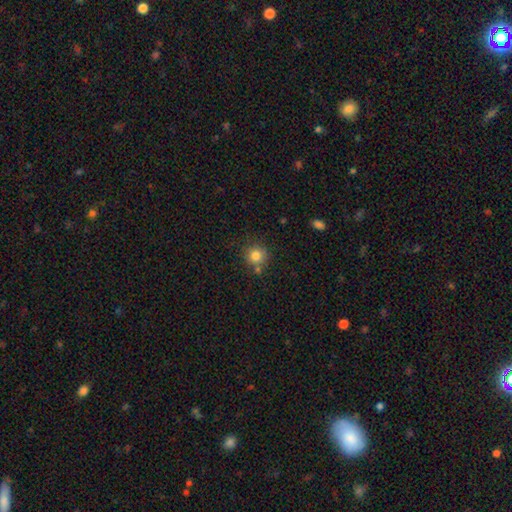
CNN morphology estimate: Smooth or featured? smooth (83%)
How rounded? round (92%)
Merging? none (75%)